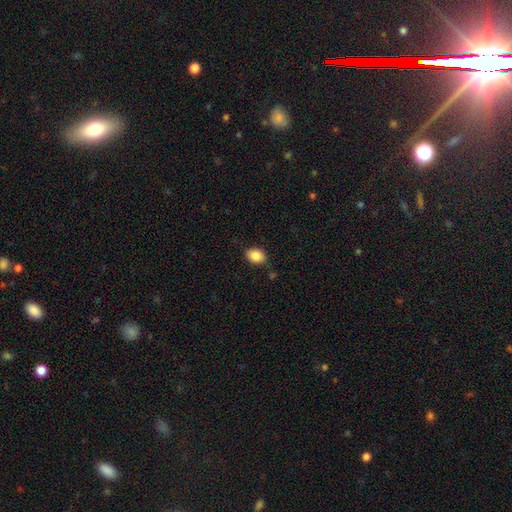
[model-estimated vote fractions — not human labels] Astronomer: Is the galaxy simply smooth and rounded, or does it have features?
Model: smooth — 87%.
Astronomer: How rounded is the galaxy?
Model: in between — 73%.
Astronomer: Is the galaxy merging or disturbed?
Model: none — 84%.